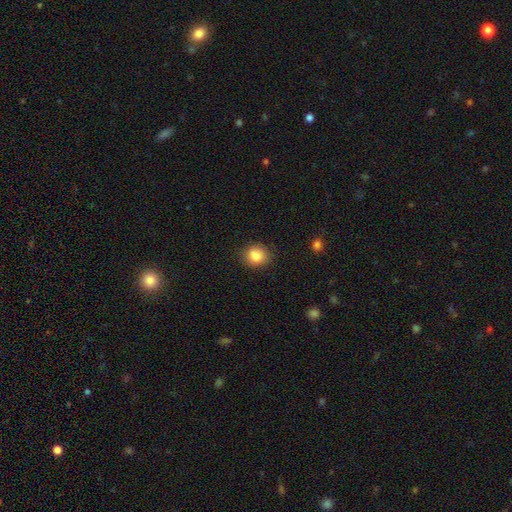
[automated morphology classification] smooth 86%, star or artifact 9%, featured or disk 5%. Down the decision tree: how rounded — round (74%); merging — none (83%).